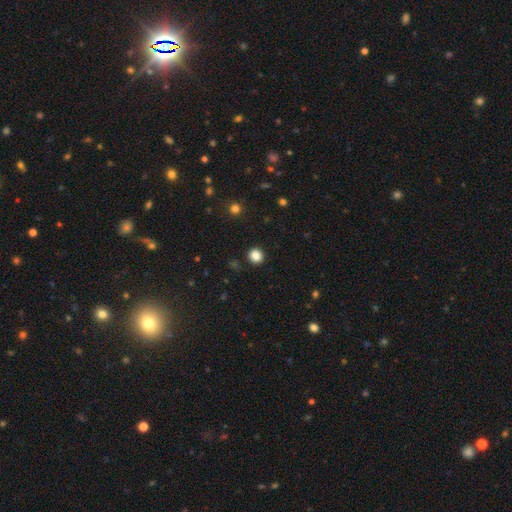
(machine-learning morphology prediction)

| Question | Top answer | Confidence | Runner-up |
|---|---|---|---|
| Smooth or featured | smooth | 85% | star or artifact (11%) |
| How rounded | round | 89% | in between (10%) |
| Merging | none | 92% | minor disturbance (5%) |